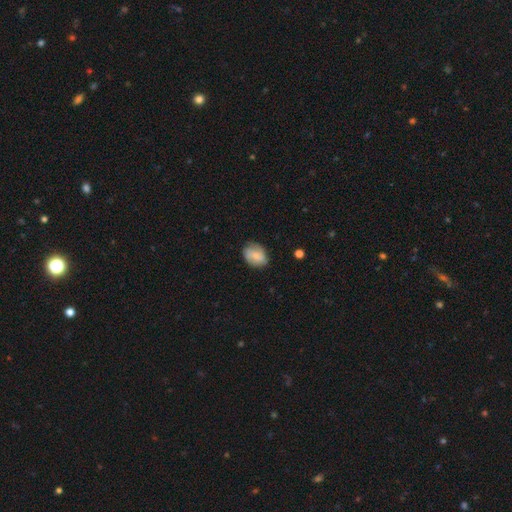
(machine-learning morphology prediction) Overall: smooth (70%). How rounded: in between (68%; round 31%). Merging: none (70%).